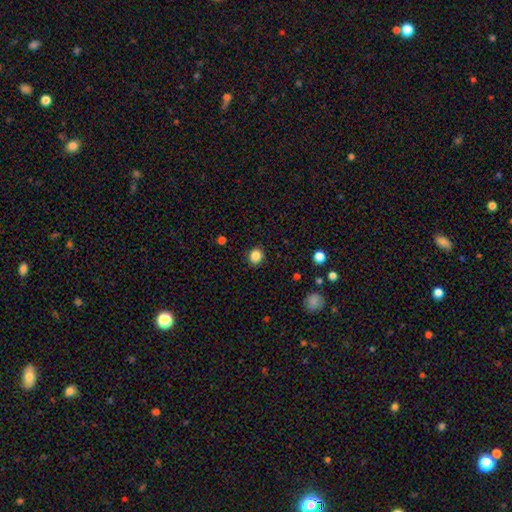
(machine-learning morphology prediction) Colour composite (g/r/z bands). It shows a smooth galaxy with no disk features (85%) that is round (77%). Merging: none (90%).